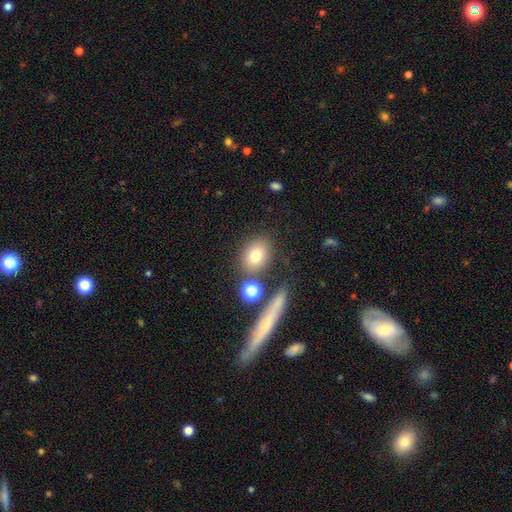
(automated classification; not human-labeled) Smooth or featured?
  - smooth: 74% *
  - featured or disk: 13%
  - star or artifact: 12%
How rounded?
  - in between: 51% *
  - round: 46%
  - cigar-shaped: 3%
Merging?
  - none: 76% *
  - minor disturbance: 11%
  - merger: 8%
  - major disturbance: 4%